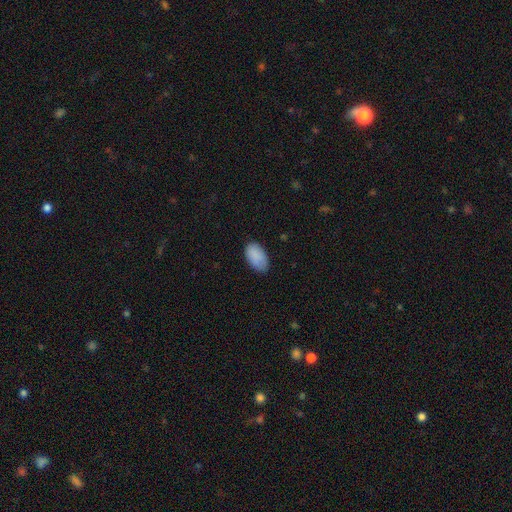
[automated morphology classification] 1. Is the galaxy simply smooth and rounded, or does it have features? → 88% smooth, 7% star or artifact, 5% featured or disk.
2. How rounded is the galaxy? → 94% in between, 5% round, 1% cigar-shaped.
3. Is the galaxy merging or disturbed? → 76% none, 20% minor disturbance, 3% major disturbance, 1% merger.